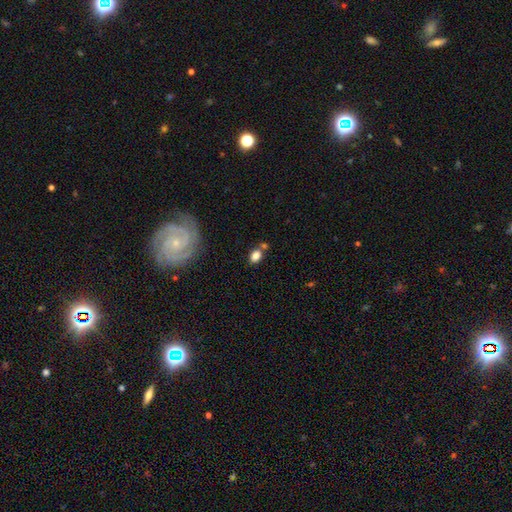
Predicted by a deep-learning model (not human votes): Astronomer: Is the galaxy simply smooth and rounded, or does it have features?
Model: smooth — 81%.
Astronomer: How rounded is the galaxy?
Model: in between — 79%.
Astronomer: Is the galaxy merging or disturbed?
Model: none — 60%.